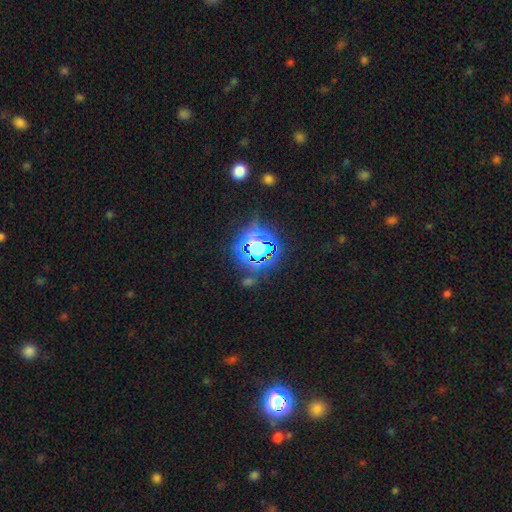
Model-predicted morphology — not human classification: Smooth or featured? Predicted: star or artifact (p=0.77).